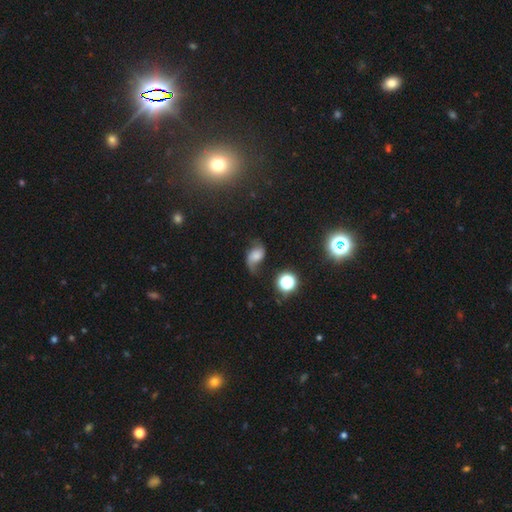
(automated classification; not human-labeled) smooth_or_featured: featured or disk (p=0.48) [alt: smooth p=0.37]
merging: none (p=0.43) [alt: minor disturbance p=0.29]